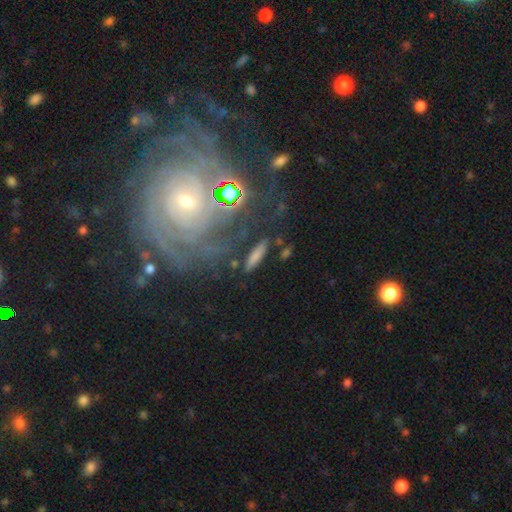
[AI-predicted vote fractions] Q: Smooth or featured?
A: smooth (71%); runner-up: featured or disk (17%)
Q: How rounded?
A: cigar-shaped (71%); runner-up: in between (26%)
Q: Merging?
A: none (81%); runner-up: minor disturbance (11%)